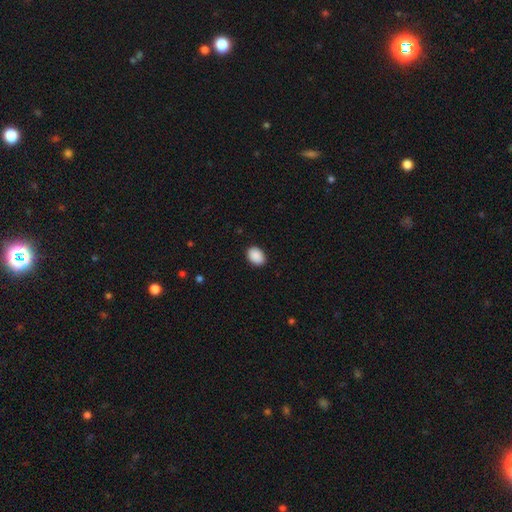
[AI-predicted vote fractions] This appears to be a smooth galaxy with no disk features (90%) that is in between round and cigar-shaped (76%). Merging: none (90%).